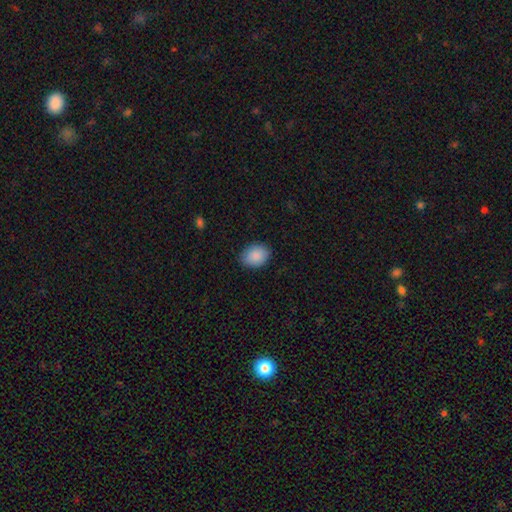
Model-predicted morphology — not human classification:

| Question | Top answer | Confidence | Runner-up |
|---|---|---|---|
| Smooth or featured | smooth | 90% | star or artifact (7%) |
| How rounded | in between | 69% | round (31%) |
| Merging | none | 86% | minor disturbance (11%) |